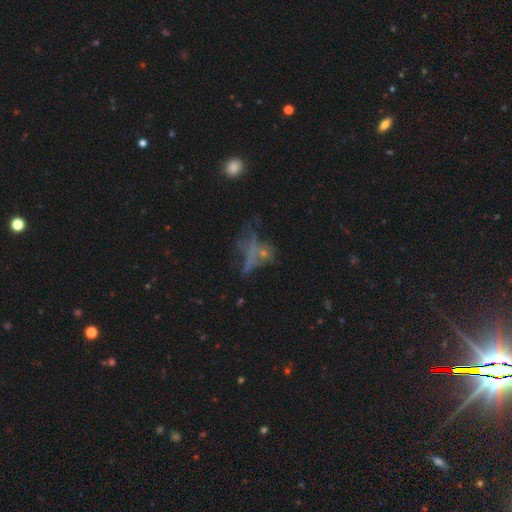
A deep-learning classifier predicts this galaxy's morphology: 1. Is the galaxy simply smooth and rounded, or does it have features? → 35% featured or disk (tied), 35% star or artifact (tied), 30% smooth.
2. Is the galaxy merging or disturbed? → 38% none, 34% major disturbance, 15% minor disturbance, 13% merger.